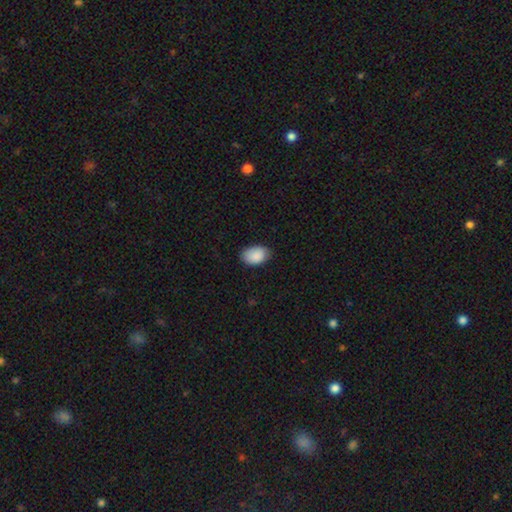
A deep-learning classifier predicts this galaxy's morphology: Overall: smooth (89%). How rounded: in between (89%). Merging: none (79%).